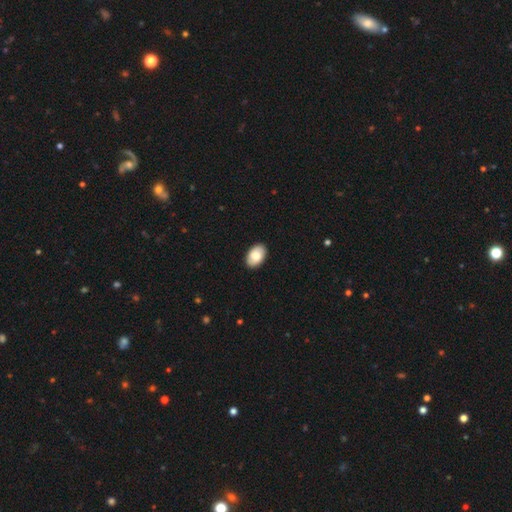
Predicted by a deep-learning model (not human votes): This appears to be a smooth galaxy with no disk features (78%) that is in between round and cigar-shaped (91%). Merging: none (90%).